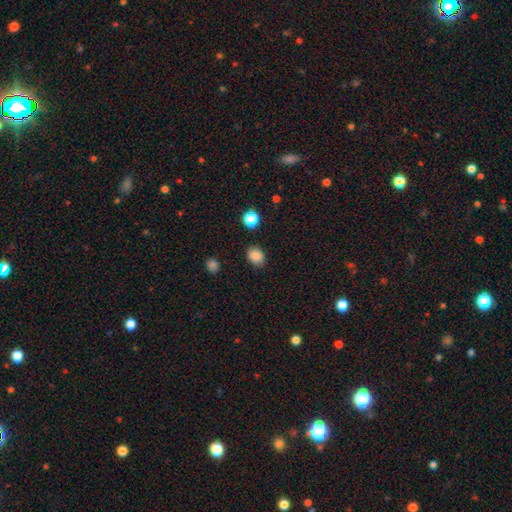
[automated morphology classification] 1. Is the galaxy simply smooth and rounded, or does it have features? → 85% smooth, 10% star or artifact, 4% featured or disk.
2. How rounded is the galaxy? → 59% in between, 40% round, 1% cigar-shaped.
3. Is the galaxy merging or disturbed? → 84% none, 11% minor disturbance, 3% major disturbance, 2% merger.